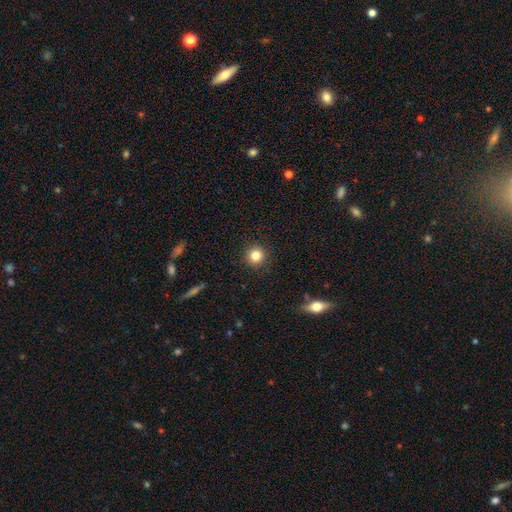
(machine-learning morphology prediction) smooth-or-featured: smooth: 82% | star or artifact: 12% | featured or disk: 6%
  how-rounded: round: 94% | in between: 5% | cigar-shaped: 1%
  merging: none: 92% | minor disturbance: 5% | major disturbance: 2% | merger: 1%